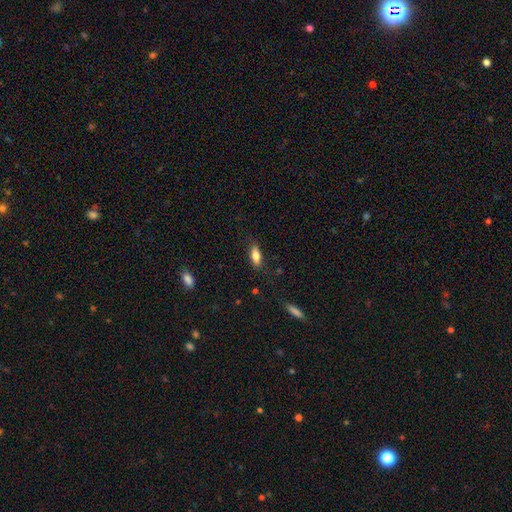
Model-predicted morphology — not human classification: Smooth or featured? Predicted: smooth (p=0.76). How rounded? Predicted: in between (p=0.75). Merging? Predicted: none (p=0.81).